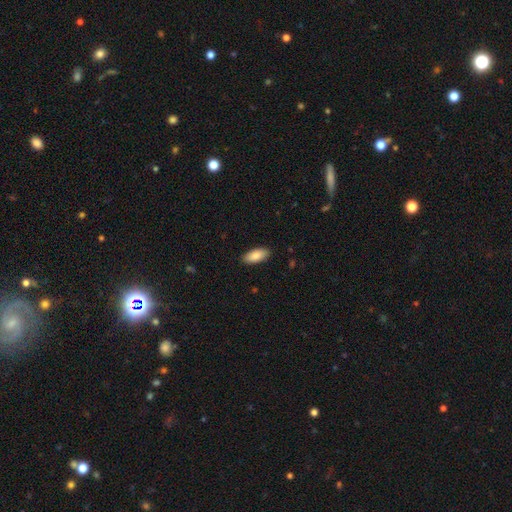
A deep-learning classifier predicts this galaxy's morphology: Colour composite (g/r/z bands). It shows a smooth galaxy with no disk features (87%) that is in between round and cigar-shaped (88%). Merging: none (89%).